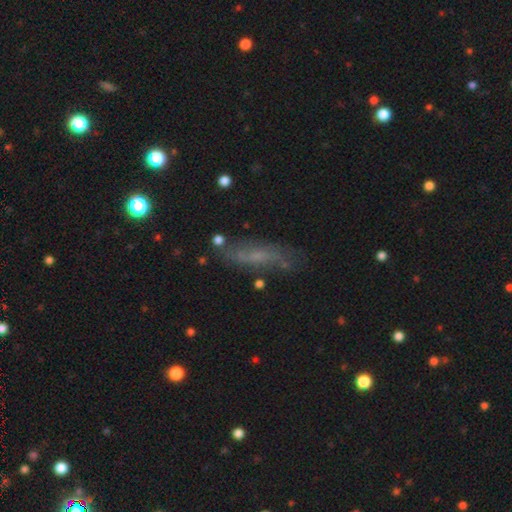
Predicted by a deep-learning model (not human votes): smooth_or_featured: smooth (p=0.44) [alt: featured or disk p=0.43]
merging: none (p=0.68) [alt: minor disturbance p=0.20]